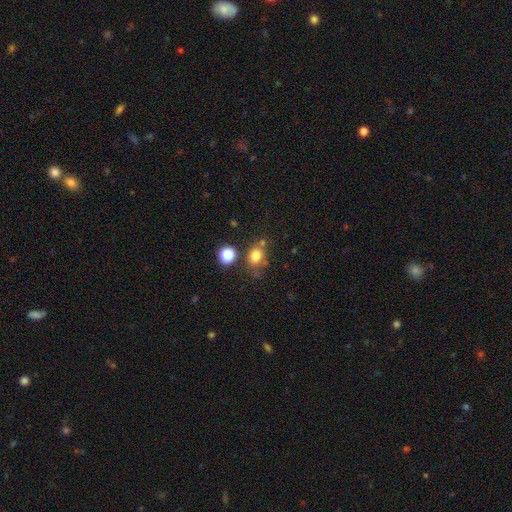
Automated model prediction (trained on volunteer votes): Smooth or featured?
  - smooth: 77% *
  - star or artifact: 15%
  - featured or disk: 8%
How rounded?
  - round: 64% *
  - in between: 35%
  - cigar-shaped: 1%
Merging?
  - none: 64% *
  - minor disturbance: 16%
  - merger: 14%
  - major disturbance: 6%